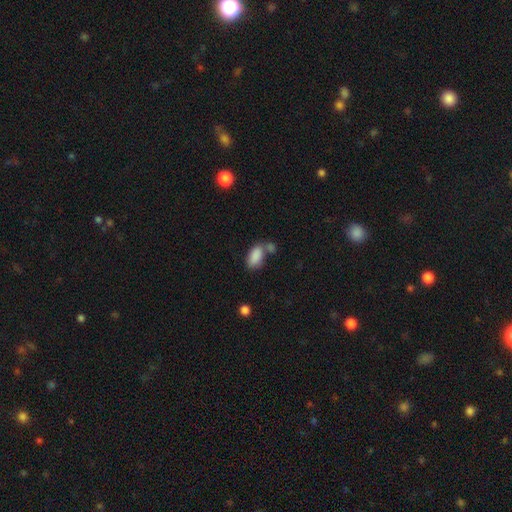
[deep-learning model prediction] smooth_or_featured: smooth (p=0.86) [alt: star or artifact p=0.08]
how_rounded: in between (p=0.93) [alt: round p=0.05]
merging: none (p=0.44) [alt: merger p=0.35]